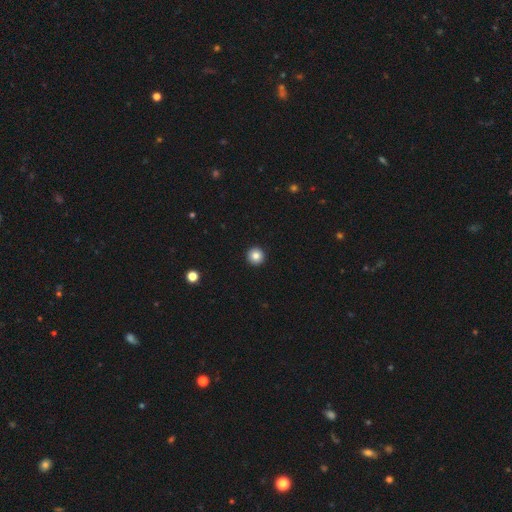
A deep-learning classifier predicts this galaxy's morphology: smooth 84%, star or artifact 10%, featured or disk 6%. Down the decision tree: how rounded — round (96%); merging — none (94%).